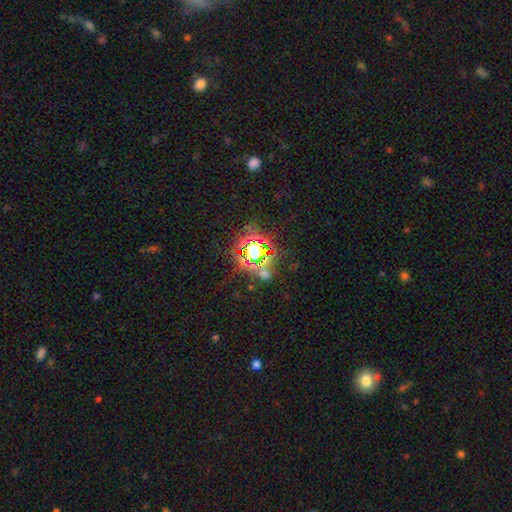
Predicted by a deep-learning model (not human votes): star or artifact 73%, smooth 18%, featured or disk 9%.